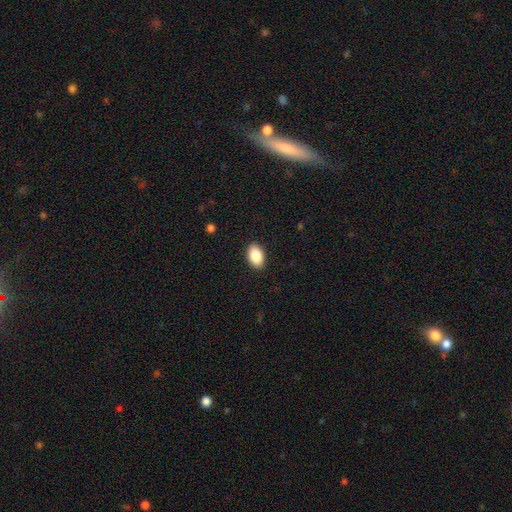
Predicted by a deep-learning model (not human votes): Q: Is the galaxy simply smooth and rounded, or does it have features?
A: smooth — 88%.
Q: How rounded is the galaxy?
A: in between — 92%.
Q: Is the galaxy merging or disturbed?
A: none — 90%.